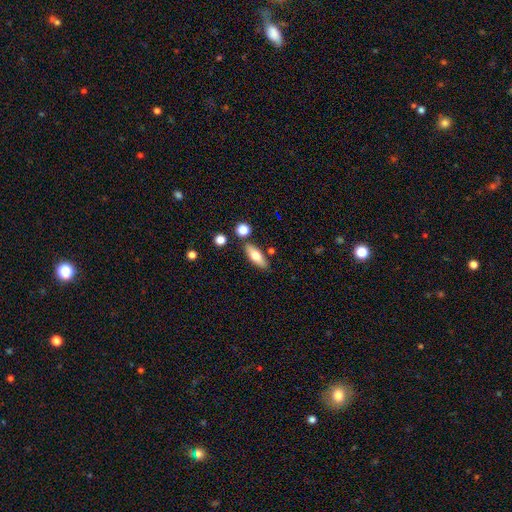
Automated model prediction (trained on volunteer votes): smooth-or-featured: smooth: 68% | featured or disk: 25% | star or artifact: 7%
  how-rounded: in between: 66% | cigar-shaped: 31% | round: 4%
  merging: none: 80% | minor disturbance: 11% | merger: 6% | major disturbance: 3%